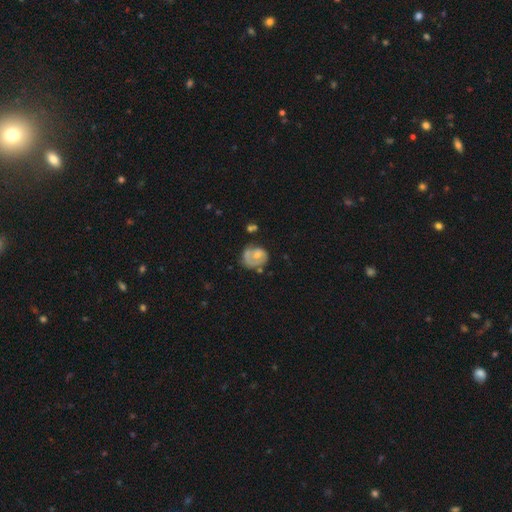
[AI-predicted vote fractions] Smooth or featured: featured or disk — 53% (smooth — 40%)
Edge-on disk: no — 98% (yes — 2%)
Bar: no — 79% (weak — 18%)
Spiral arms: yes — 61% (no — 39%)
Bulge size: moderate — 43% (small — 34%)
Merging: none — 47% (minor disturbance — 25%)